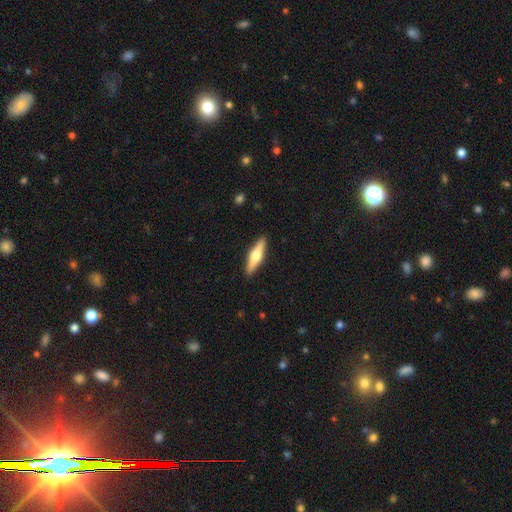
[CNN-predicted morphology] featured or disk 56%, smooth 39%, star or artifact 5%. Down the decision tree: edge-on disk — yes (96%); edge-on bulge — rounded (94%); merging — none (91%).